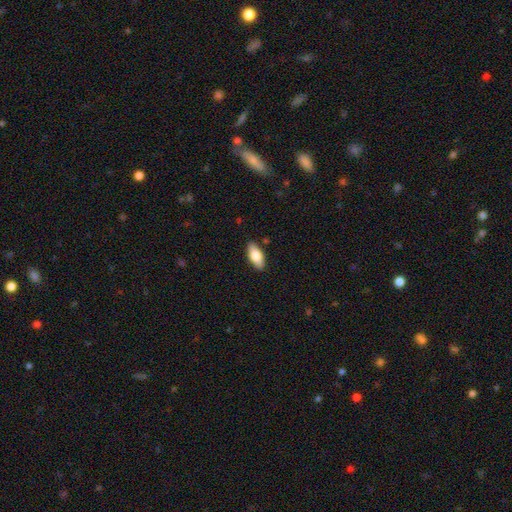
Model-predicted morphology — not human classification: smooth_or_featured: smooth (p=0.77) [alt: featured or disk p=0.17]
how_rounded: in between (p=0.85) [alt: cigar-shaped p=0.13]
merging: none (p=0.87) [alt: minor disturbance p=0.10]